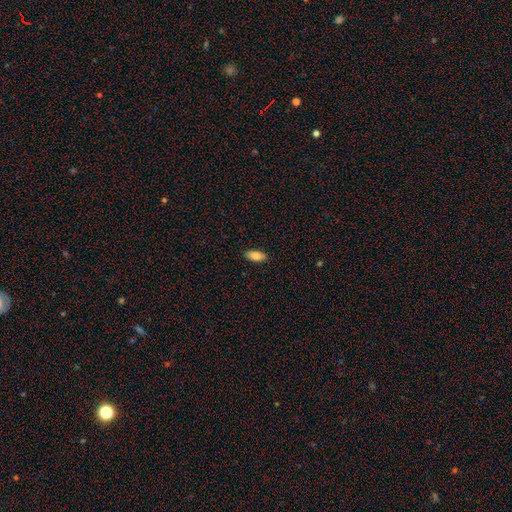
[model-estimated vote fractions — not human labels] smooth_or_featured: smooth (p=0.81) [alt: featured or disk p=0.12]
how_rounded: in between (p=0.84) [alt: cigar-shaped p=0.14]
merging: none (p=0.90) [alt: minor disturbance p=0.08]